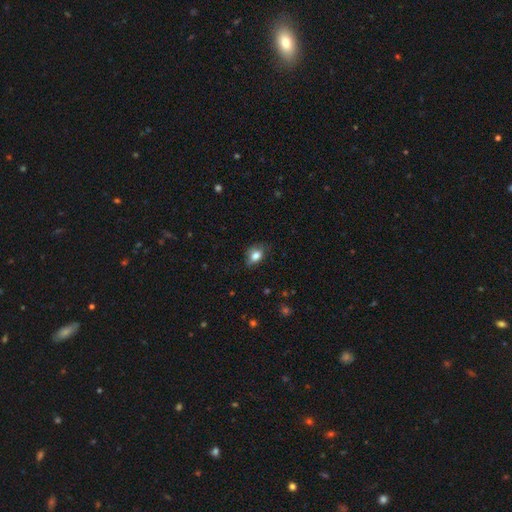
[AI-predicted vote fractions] Smooth or featured? smooth (78%)
How rounded? in between (77%)
Merging? none (67%)